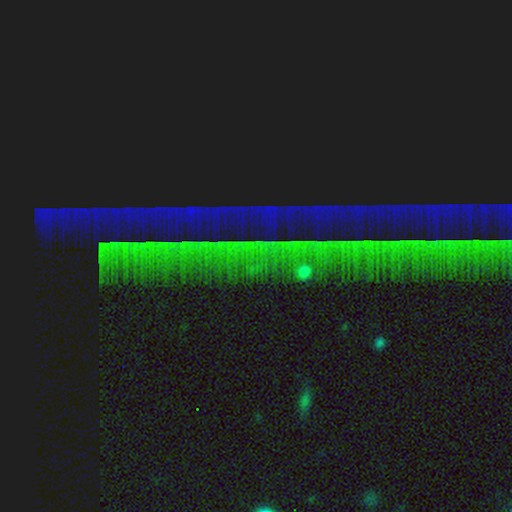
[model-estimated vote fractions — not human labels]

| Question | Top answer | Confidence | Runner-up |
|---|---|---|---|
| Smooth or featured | star or artifact | 86% | featured or disk (8%) |